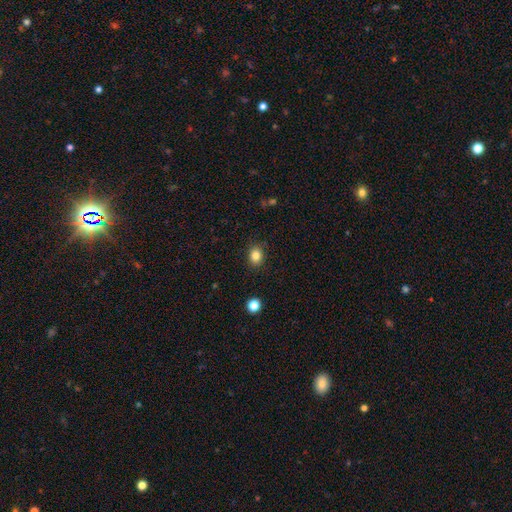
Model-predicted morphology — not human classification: smooth-or-featured: smooth: 84% | star or artifact: 11% | featured or disk: 6%
  how-rounded: in between: 52% | round: 47% | cigar-shaped: 1%
  merging: none: 87% | minor disturbance: 9% | major disturbance: 2% | merger: 1%